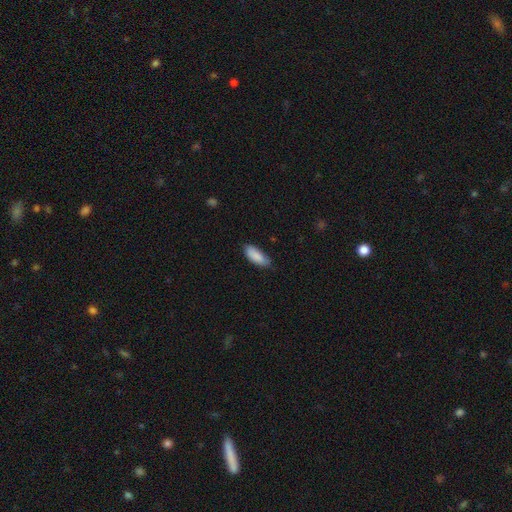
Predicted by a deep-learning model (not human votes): This appears to be a smooth galaxy with no disk features (88%) that is in between round and cigar-shaped (81%). Merging: none (71%).